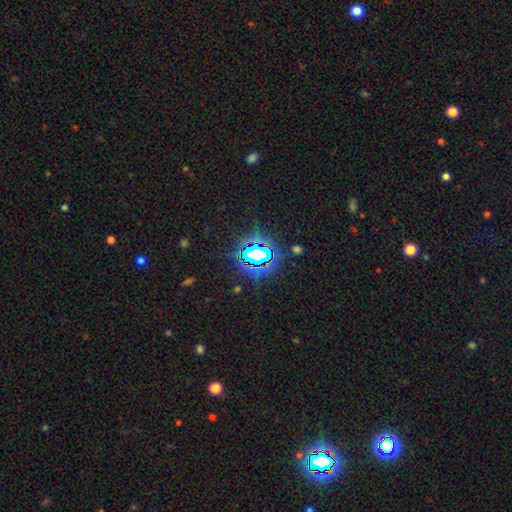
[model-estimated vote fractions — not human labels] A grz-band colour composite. It shows a star or artifact, not a galaxy (73%).